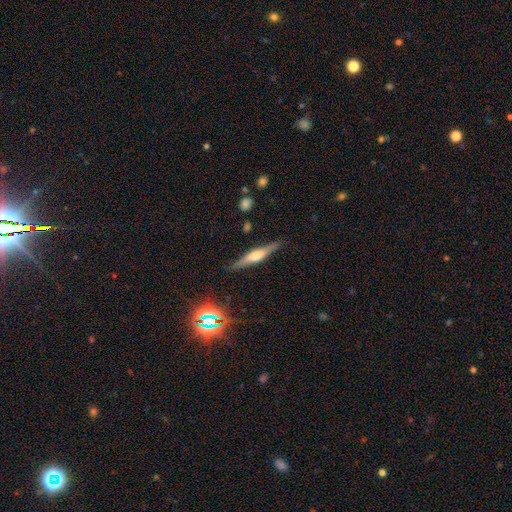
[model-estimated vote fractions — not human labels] Q: Smooth or featured?
A: featured or disk (62%); runner-up: smooth (29%)
Q: Edge-on disk?
A: yes (96%); runner-up: no (4%)
Q: Edge-on bulge?
A: rounded (68%); runner-up: boxy (24%)
Q: Merging?
A: none (87%); runner-up: minor disturbance (10%)